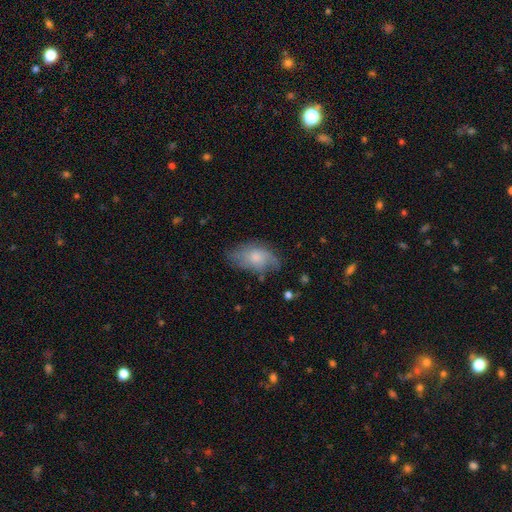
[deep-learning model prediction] Q: Smooth or featured?
A: smooth (52%); runner-up: featured or disk (39%)
Q: How rounded?
A: in between (89%); runner-up: round (8%)
Q: Merging?
A: none (60%); runner-up: minor disturbance (28%)